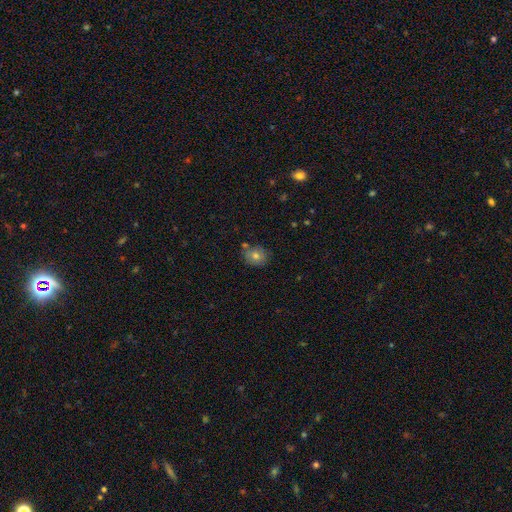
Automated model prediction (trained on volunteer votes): A smooth galaxy with no disk features (75%) that is round (68%). Merging: none (74%).